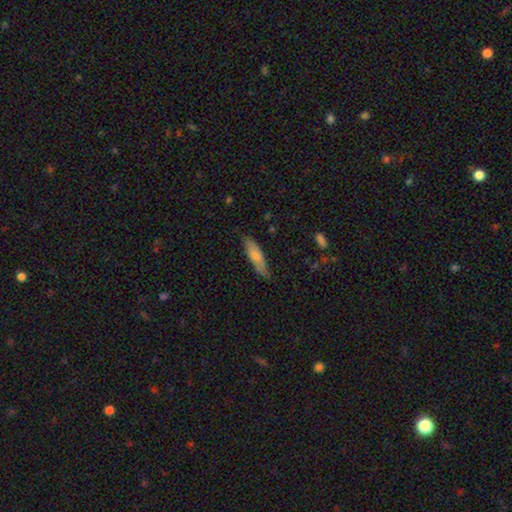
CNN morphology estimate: smooth 75%, featured or disk 20%, star or artifact 6%. Down the decision tree: how rounded — cigar-shaped (58%); merging — none (72%).